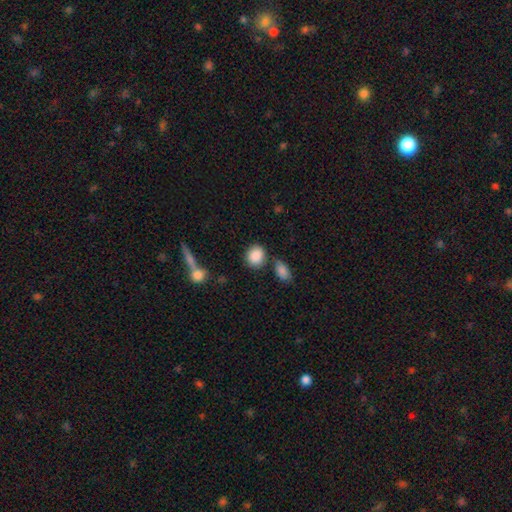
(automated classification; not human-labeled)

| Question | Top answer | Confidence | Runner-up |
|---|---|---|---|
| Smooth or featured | smooth | 88% | star or artifact (8%) |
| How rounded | round | 67% | in between (31%) |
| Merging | none | 73% | minor disturbance (12%) |